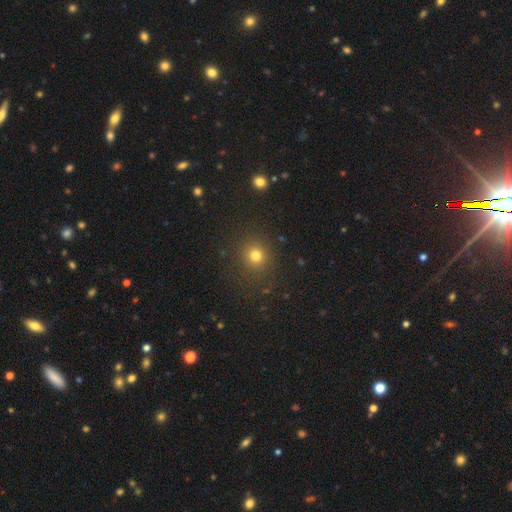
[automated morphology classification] Overall: smooth (76%). How rounded: round (88%). Merging: none (86%).